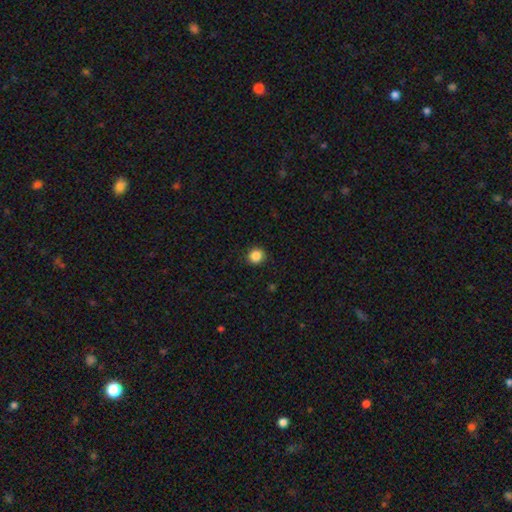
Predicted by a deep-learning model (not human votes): Smooth or featured?
  - smooth: 87% *
  - star or artifact: 10%
  - featured or disk: 3%
How rounded?
  - round: 90% *
  - in between: 9%
  - cigar-shaped: 1%
Merging?
  - none: 91% *
  - minor disturbance: 6%
  - major disturbance: 2%
  - merger: 1%